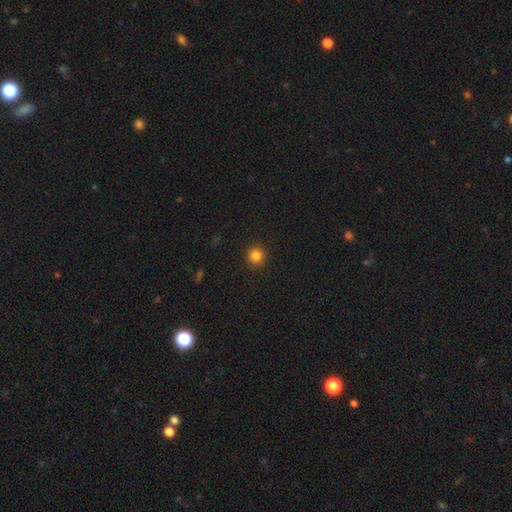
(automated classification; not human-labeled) Overall: smooth (84%). How rounded: round (94%). Merging: none (93%).